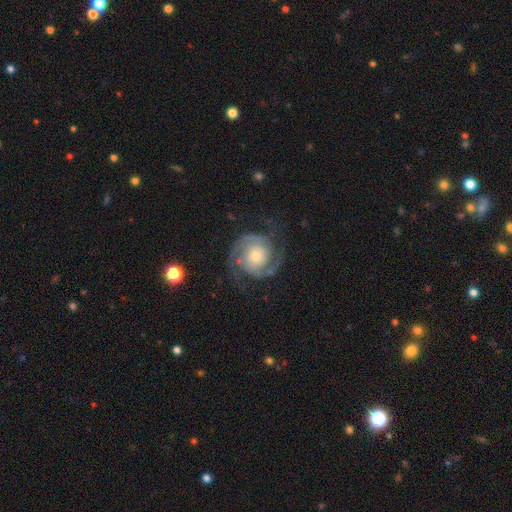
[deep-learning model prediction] Smooth or featured? Predicted: featured or disk (p=0.91). Edge-on disk? Predicted: no (p=0.98). Bar? Predicted: no (p=0.73). Spiral arms? Predicted: yes (p=0.98). Spiral winding? Predicted: tight (p=0.51). Spiral arm count? Predicted: 2 (p=0.91). Bulge size? Predicted: small (p=0.50). Merging? Predicted: none (p=0.78).